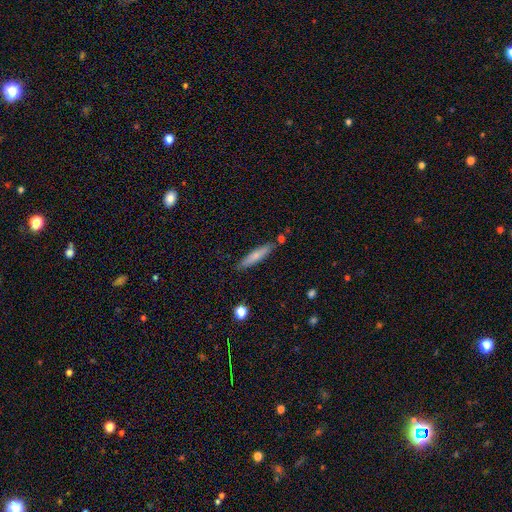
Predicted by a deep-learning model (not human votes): Overall: smooth (71%). How rounded: cigar-shaped (88%). Merging: none (82%).